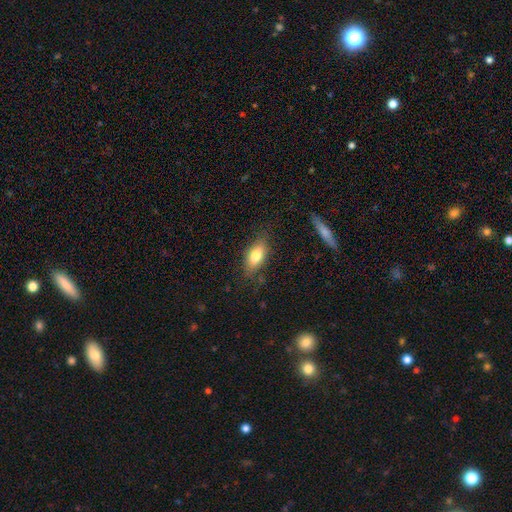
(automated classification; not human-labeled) A smooth galaxy with no disk features (75%) that is in between round and cigar-shaped (82%).

Vote fractions:
- Smooth or featured? smooth: 75% / featured or disk: 17% / star or artifact: 8%
- How rounded? in between: 82% / cigar-shaped: 13% / round: 4%
- Merging? none: 78% / minor disturbance: 16% / major disturbance: 4% / merger: 2%